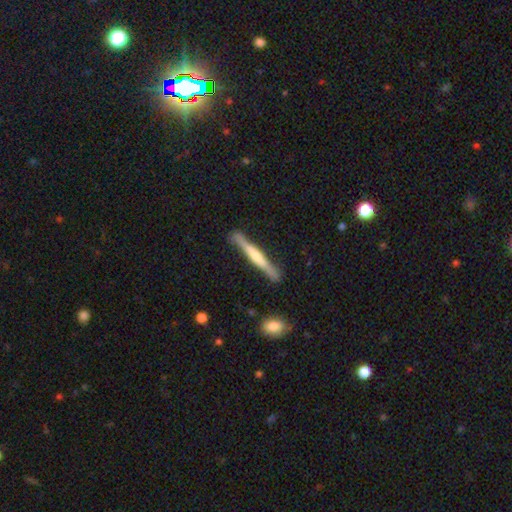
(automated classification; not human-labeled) A featured or disk galaxy (64%) viewed edge-on (96%) with a rounded central bulge (57%). Merging: none (87%).